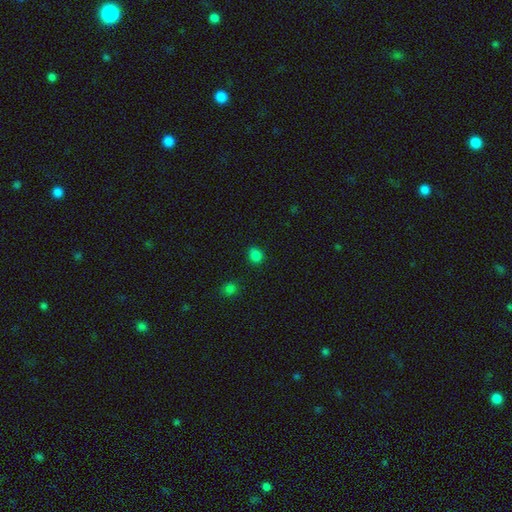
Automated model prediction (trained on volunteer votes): Smooth or featured? smooth (82%)
How rounded? round (67%)
Merging? none (86%)